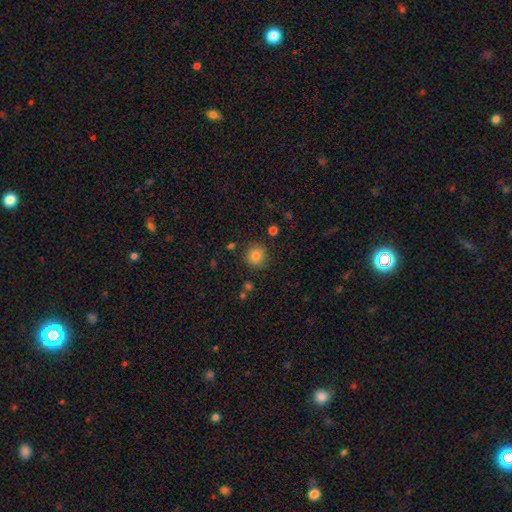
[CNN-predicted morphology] smooth_or_featured: smooth (p=0.83) [alt: star or artifact p=0.11]
how_rounded: round (p=0.91) [alt: in between p=0.08]
merging: none (p=0.87) [alt: minor disturbance p=0.08]